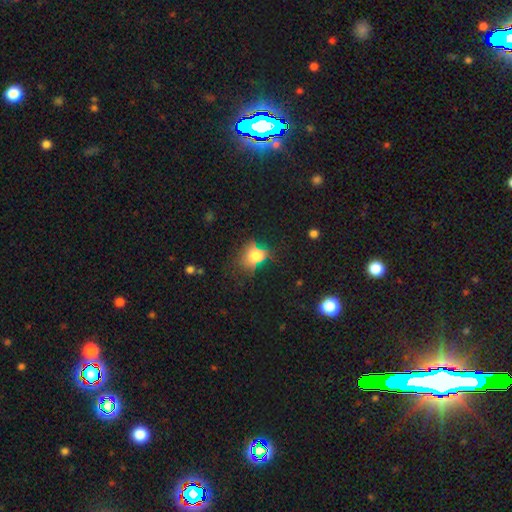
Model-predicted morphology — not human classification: This is likely a smooth galaxy (71%). How rounded: possibly in between (53%). Merging: possibly none (55%).